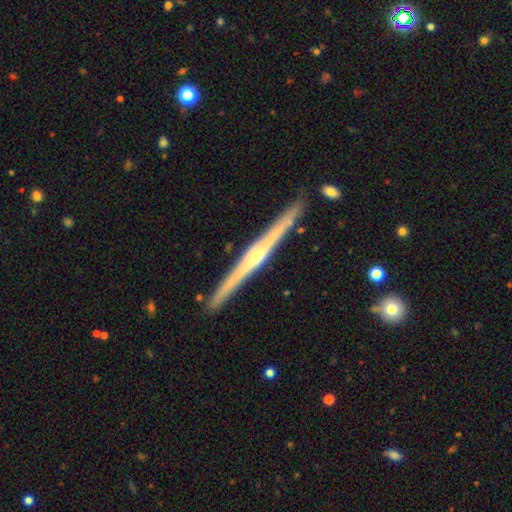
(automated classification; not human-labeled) This is clearly a featured or disk galaxy (84%). It is clearly viewed edge-on (98%). Edge-on bulge: clearly rounded (81%). Merging: clearly none (91%).